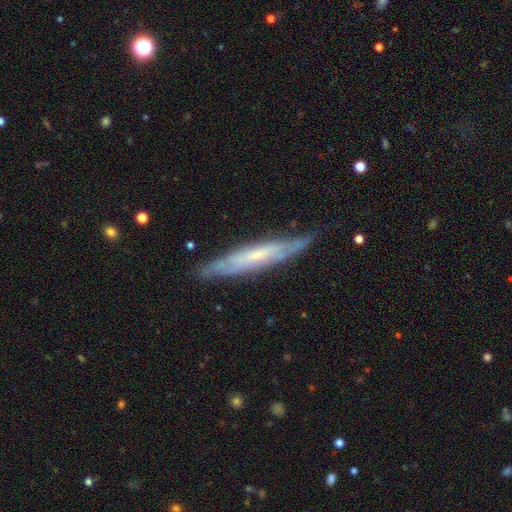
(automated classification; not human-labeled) Smooth or featured? featured or disk (67%)
Edge-on disk? yes (67%)
Merging? none (74%)